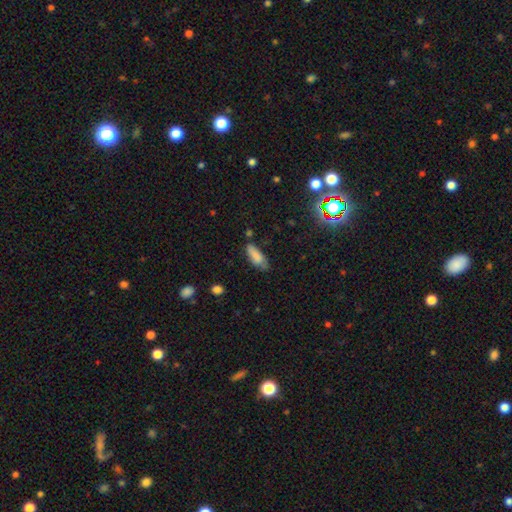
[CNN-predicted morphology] Smooth or featured?
  - smooth: 79% *
  - featured or disk: 12%
  - star or artifact: 9%
How rounded?
  - in between: 70% *
  - cigar-shaped: 28%
  - round: 2%
Merging?
  - none: 53% *
  - minor disturbance: 33%
  - major disturbance: 10%
  - merger: 4%